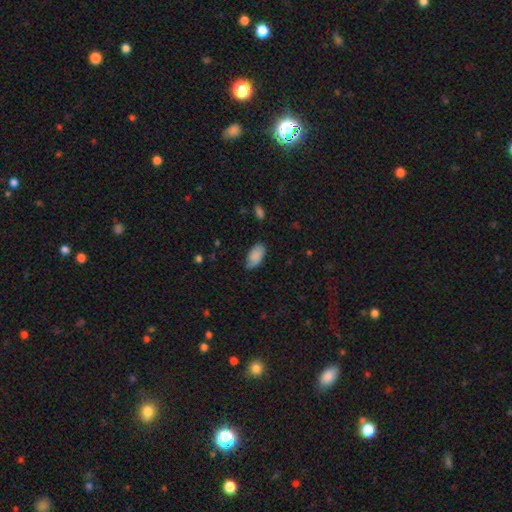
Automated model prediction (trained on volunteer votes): A smooth galaxy with no disk features (86%) that is in between round and cigar-shaped (94%).

Vote fractions:
- Smooth or featured? smooth: 86% / featured or disk: 7% / star or artifact: 7%
- How rounded? in between: 94% / cigar-shaped: 3% / round: 3%
- Merging? none: 71% / minor disturbance: 24% / major disturbance: 4% / merger: 1%